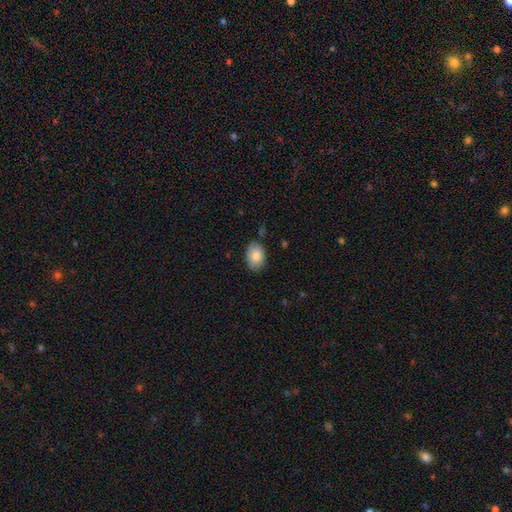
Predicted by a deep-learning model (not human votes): Smooth or featured? Predicted: smooth (p=0.85). How rounded? Predicted: in between (p=0.86). Merging? Predicted: none (p=0.82).